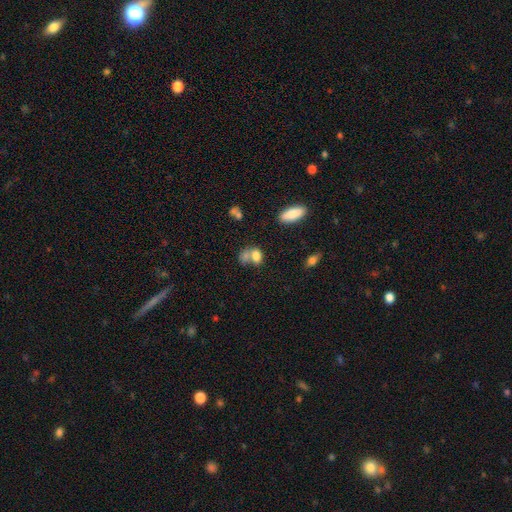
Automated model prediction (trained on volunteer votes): This is likely a smooth galaxy (77%). How rounded: likely in between (74%). Merging: possibly merger (50%).